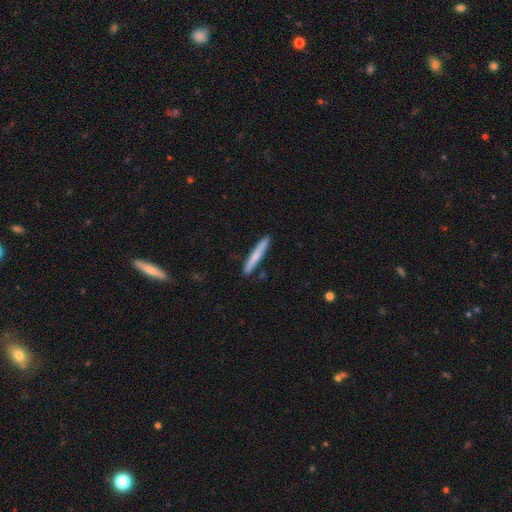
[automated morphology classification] Smooth or featured?
  - smooth: 67% *
  - featured or disk: 28%
  - star or artifact: 5%
How rounded?
  - cigar-shaped: 96% *
  - in between: 3%
  - round: 1%
Merging?
  - none: 89% *
  - minor disturbance: 8%
  - merger: 2%
  - major disturbance: 1%